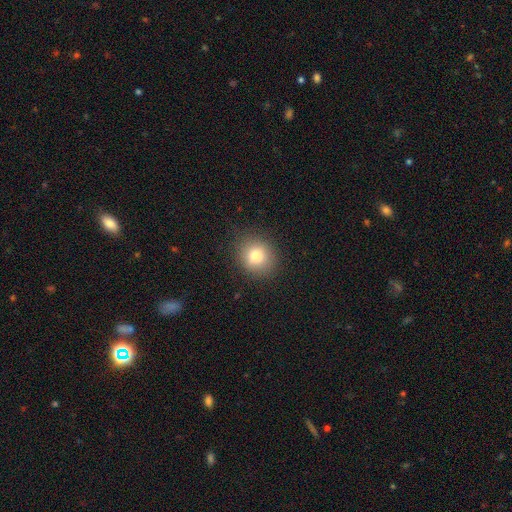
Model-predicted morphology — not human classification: The model was most divided on "how rounded": round: 79%, in between: 20%, cigar-shaped: 1%. More confident: merging — none (86%); smooth or featured — smooth (80%).